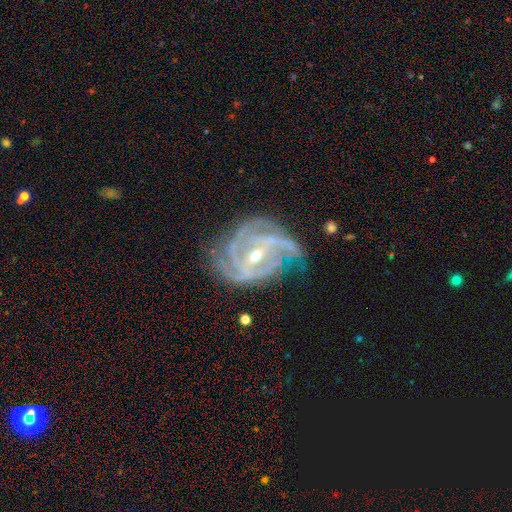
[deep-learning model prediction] A featured or disk galaxy (91%) with a strong bar (42%), 3 (33%) tight (51%) spiral arms (98%) and a small central bulge (58%). Merging: none (63%).